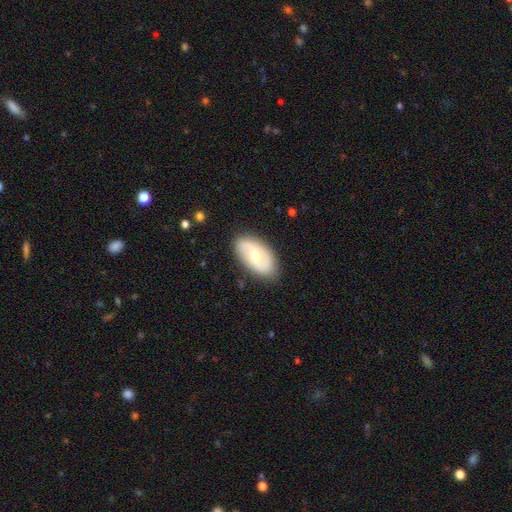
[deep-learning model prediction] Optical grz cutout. It shows a featured or disk galaxy (60%) with a weak bar (47%), spiral arms (78%) and a moderate central bulge (65%). Merging: none (83%).